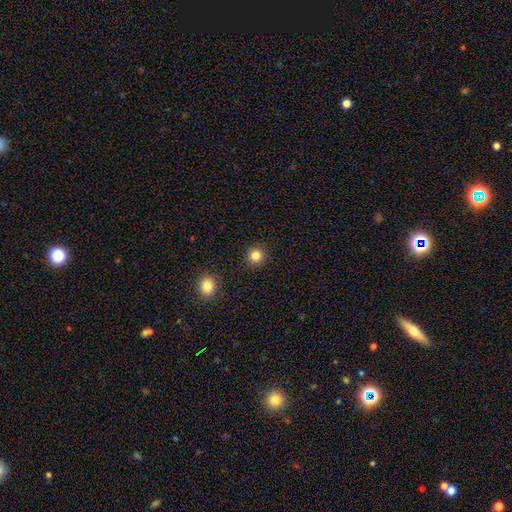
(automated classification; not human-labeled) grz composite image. It shows a smooth galaxy with no disk features (84%) that is round (92%). Merging: none (92%).